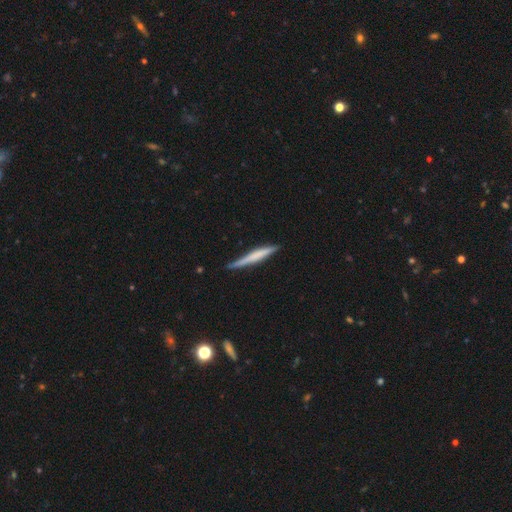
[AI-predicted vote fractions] This appears to be a featured or disk galaxy (47%, tied with smooth). Merging: none (83%).